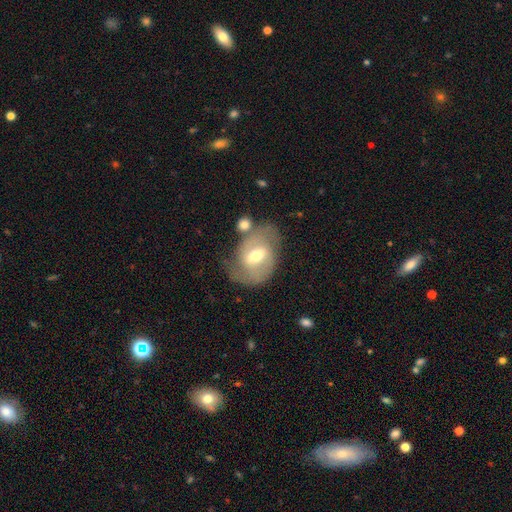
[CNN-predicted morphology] Q: Smooth or featured?
A: featured or disk (68%); runner-up: smooth (25%)
Q: Edge-on disk?
A: no (95%); runner-up: yes (5%)
Q: Bar?
A: weak (51%); runner-up: strong (32%)
Q: Spiral arms?
A: yes (77%); runner-up: no (23%)
Q: Bulge size?
A: moderate (66%); runner-up: small (27%)
Q: Merging?
A: none (60%); runner-up: minor disturbance (20%)